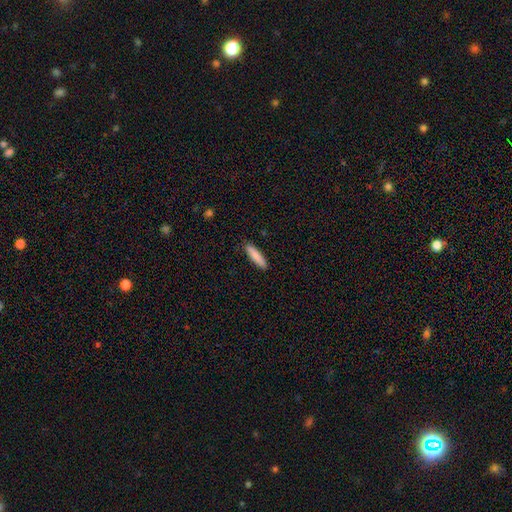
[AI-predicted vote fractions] Morphology: type=smooth (86%); roundness=cigar-shaped (76%); merging=none (89%).